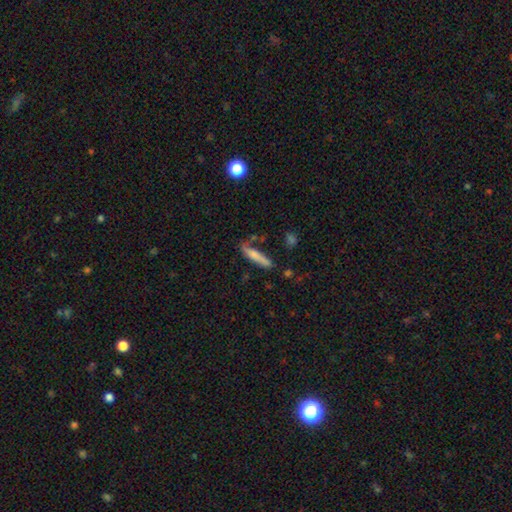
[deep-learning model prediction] The model was most divided on "merging": none: 64%, minor disturbance: 22%, merger: 8%, major disturbance: 7%. More confident: how rounded — cigar-shaped (85%); smooth or featured — smooth (70%).